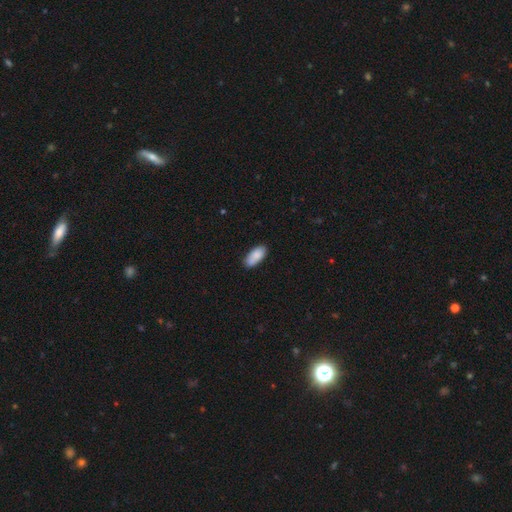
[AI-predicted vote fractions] Smooth or featured?
  - smooth: 85% *
  - featured or disk: 9%
  - star or artifact: 7%
How rounded?
  - in between: 88% *
  - cigar-shaped: 10%
  - round: 2%
Merging?
  - none: 74% *
  - minor disturbance: 19%
  - merger: 4%
  - major disturbance: 3%